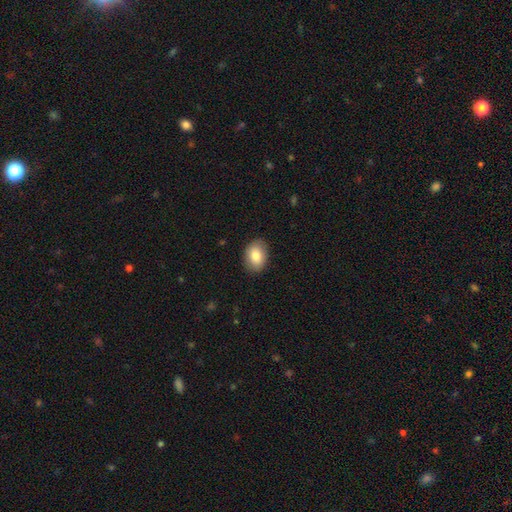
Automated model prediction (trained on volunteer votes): Smooth or featured? smooth (84%)
How rounded? in between (79%)
Merging? none (86%)